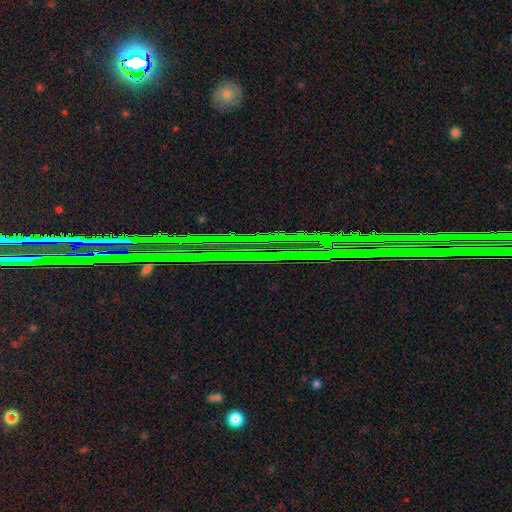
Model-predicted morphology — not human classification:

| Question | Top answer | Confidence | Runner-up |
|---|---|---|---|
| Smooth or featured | star or artifact | 82% | featured or disk (10%) |